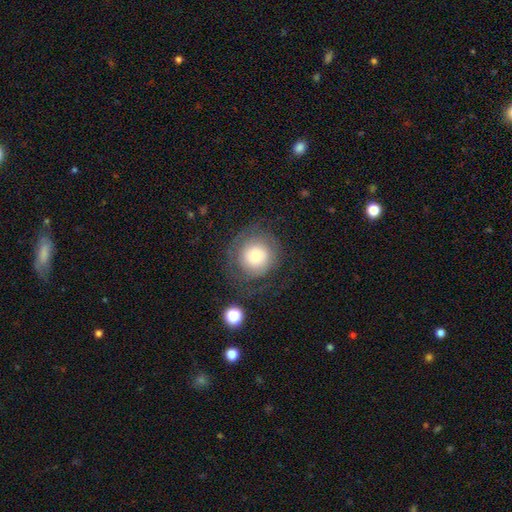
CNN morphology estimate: smooth-or-featured: smooth: 60% | featured or disk: 31% | star or artifact: 9%
  how-rounded: round: 92% | in between: 7% | cigar-shaped: 1%
  merging: none: 66% | minor disturbance: 16% | major disturbance: 16% | merger: 2%